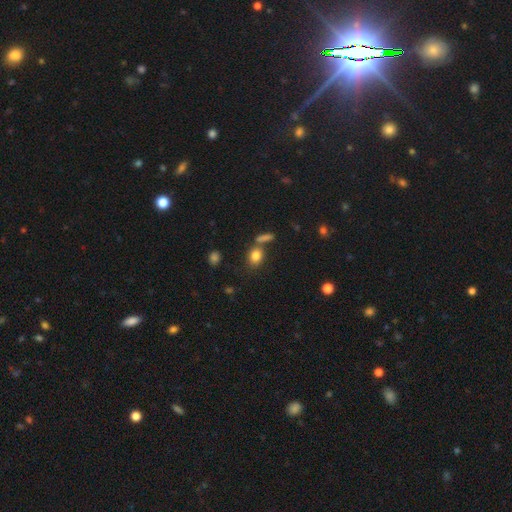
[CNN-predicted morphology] Q: Smooth or featured?
A: smooth (82%); runner-up: star or artifact (11%)
Q: How rounded?
A: in between (52%); runner-up: round (46%)
Q: Merging?
A: none (64%); runner-up: merger (19%)